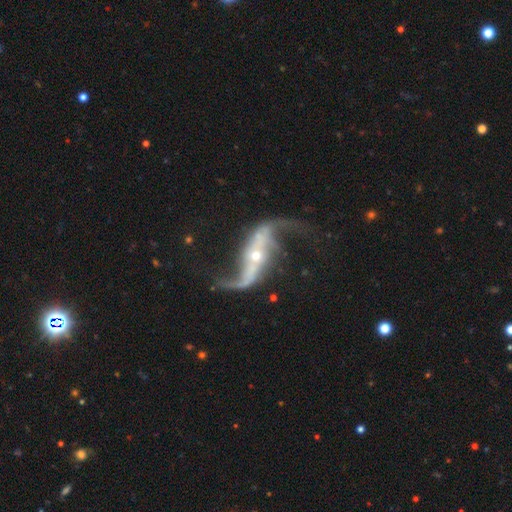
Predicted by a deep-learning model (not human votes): This appears to be a featured or disk galaxy (92%) with a strong bar (46%), 2 (94%) loose (89%) spiral arms (97%) and a small central bulge (71%). Merging: none (68%).